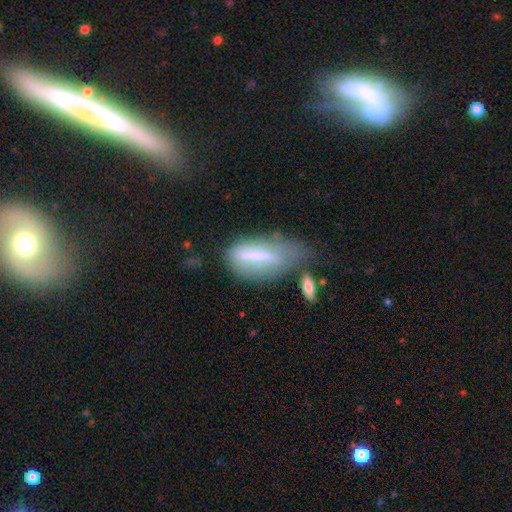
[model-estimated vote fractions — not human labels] Smooth or featured? Predicted: smooth (p=0.57). How rounded? Predicted: in between (p=0.60). Merging? Predicted: none (p=0.32).